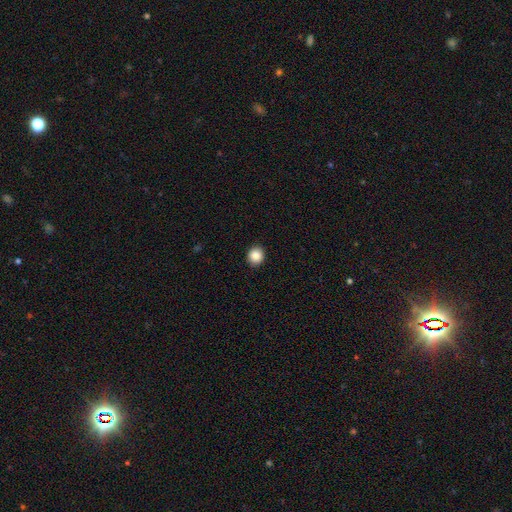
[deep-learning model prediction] Smooth or featured: smooth — 86% (star or artifact — 9%)
How rounded: round — 82% (in between — 17%)
Merging: none — 92% (minor disturbance — 5%)